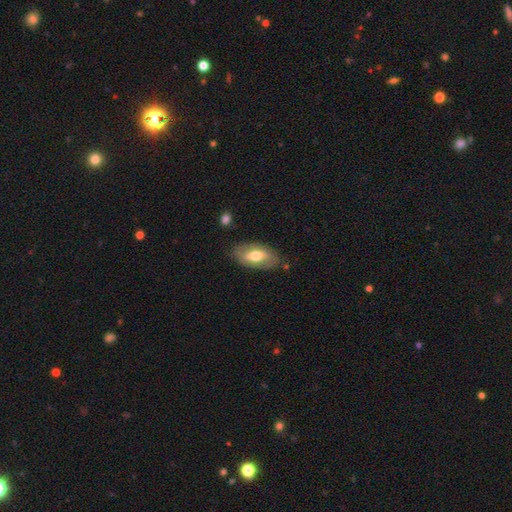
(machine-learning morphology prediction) Smooth or featured?
  - smooth: 53% *
  - featured or disk: 41%
  - star or artifact: 6%
How rounded?
  - in between: 92% *
  - cigar-shaped: 4%
  - round: 4%
Merging?
  - none: 79% *
  - minor disturbance: 15%
  - major disturbance: 4%
  - merger: 2%